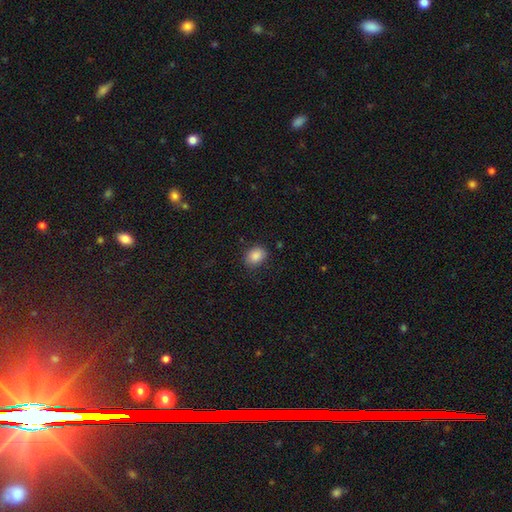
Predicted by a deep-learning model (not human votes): Morphology: type=smooth (87%); roundness=in between (63%); merging=none (82%).